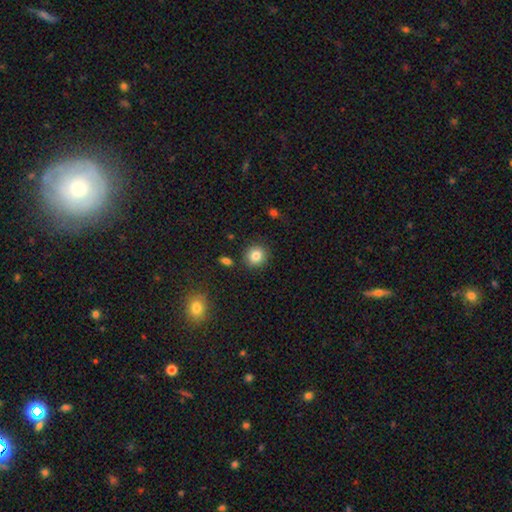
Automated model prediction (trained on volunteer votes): This is clearly a smooth galaxy (83%). How rounded: clearly round (87%). Merging: clearly none (88%).